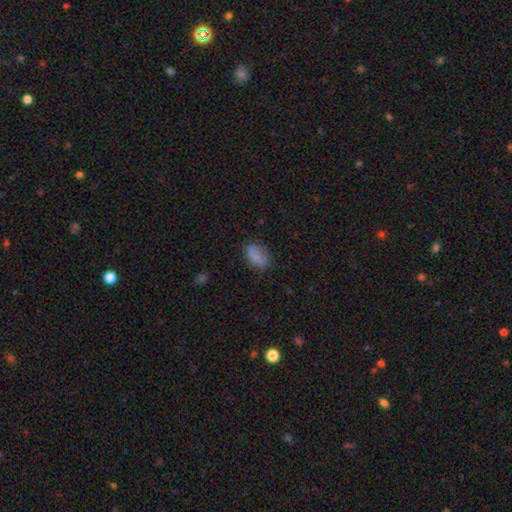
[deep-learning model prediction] smooth_or_featured: smooth (p=0.80) [alt: featured or disk p=0.10]
how_rounded: in between (p=0.89) [alt: round p=0.09]
merging: none (p=0.69) [alt: minor disturbance p=0.22]